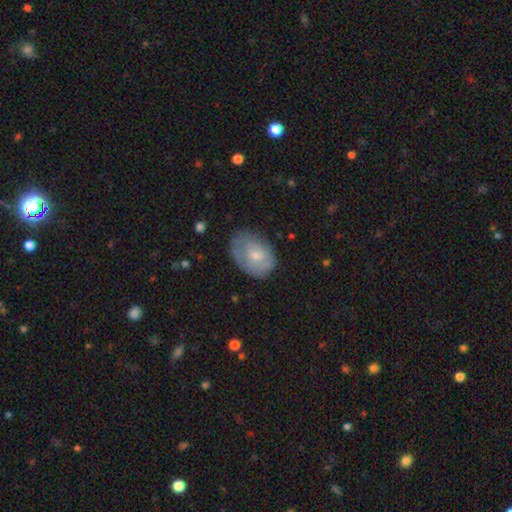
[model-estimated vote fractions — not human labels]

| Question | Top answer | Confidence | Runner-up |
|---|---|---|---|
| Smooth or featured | smooth | 59% | featured or disk (34%) |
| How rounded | in between | 78% | round (21%) |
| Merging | none | 58% | minor disturbance (30%) |